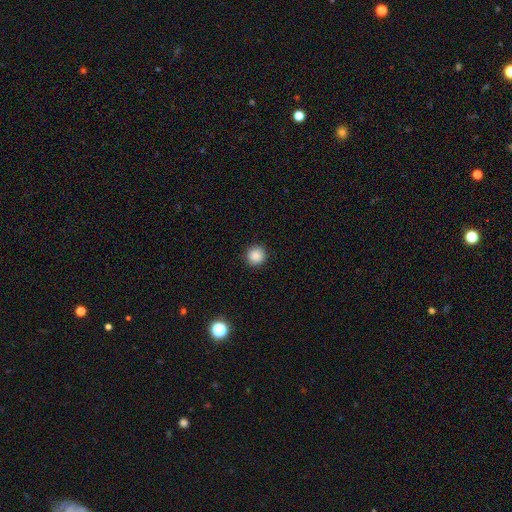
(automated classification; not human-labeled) Smooth or featured? Predicted: smooth (p=0.88). How rounded? Predicted: round (p=0.95). Merging? Predicted: none (p=0.92).